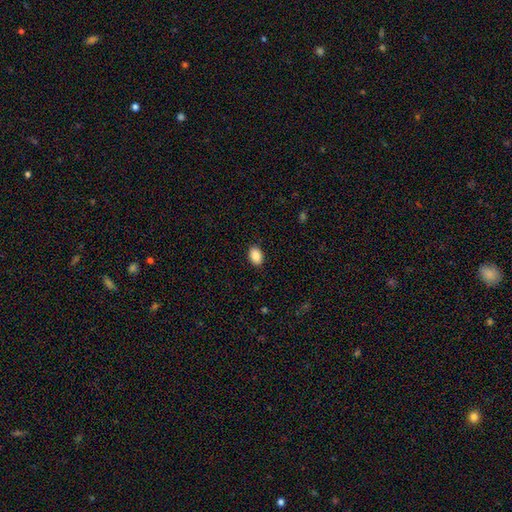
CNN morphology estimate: smooth-or-featured: smooth: 89% | star or artifact: 8% | featured or disk: 3%
  how-rounded: in between: 85% | round: 14% | cigar-shaped: 1%
  merging: none: 89% | minor disturbance: 8% | major disturbance: 2% | merger: 1%